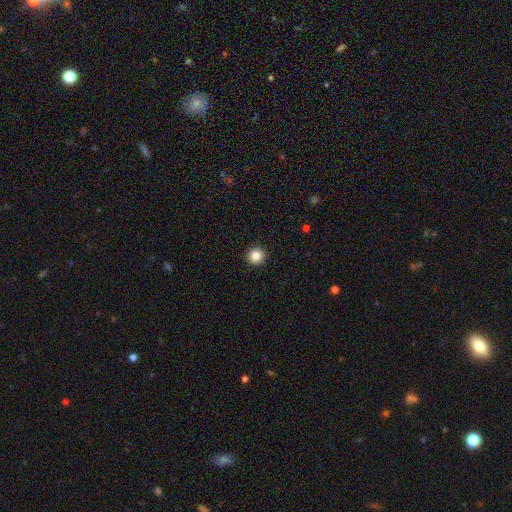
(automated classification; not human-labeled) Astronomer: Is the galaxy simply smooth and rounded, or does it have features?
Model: smooth — 85%.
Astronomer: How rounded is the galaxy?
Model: round — 96%.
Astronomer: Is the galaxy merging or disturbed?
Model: none — 94%.